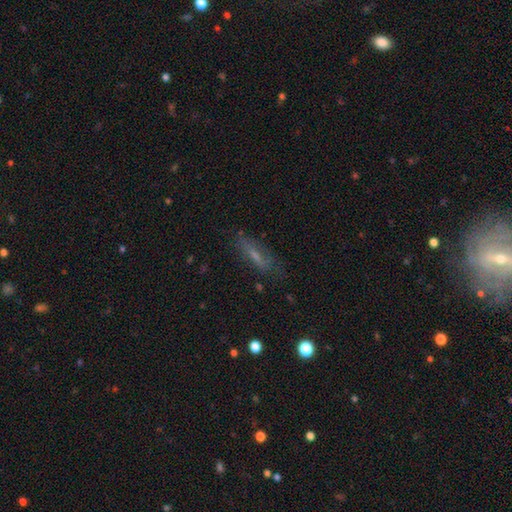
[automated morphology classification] Overall: smooth (47%; featured or disk 39%). Merging: none (72%).